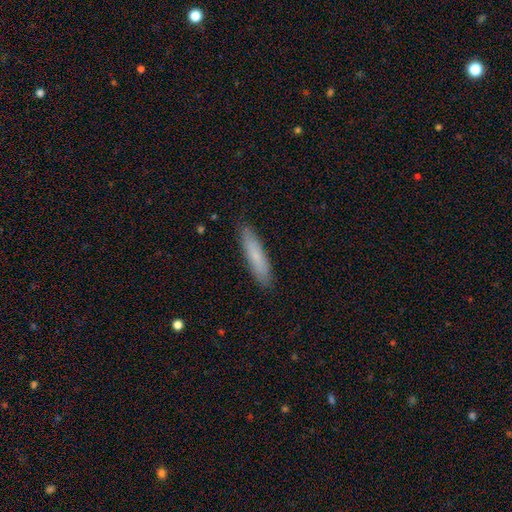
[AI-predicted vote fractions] smooth 76%, featured or disk 18%, star or artifact 6%. Down the decision tree: how rounded — cigar-shaped (85%); merging — none (88%).